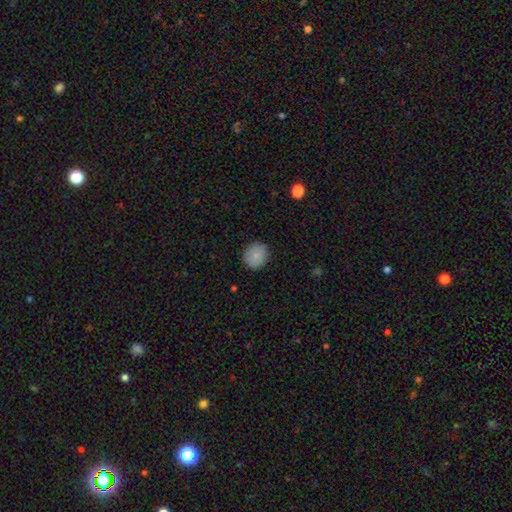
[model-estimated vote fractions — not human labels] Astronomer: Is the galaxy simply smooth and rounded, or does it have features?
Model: smooth — 88%.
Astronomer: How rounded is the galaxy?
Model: round — 83%.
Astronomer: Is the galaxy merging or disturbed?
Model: none — 90%.